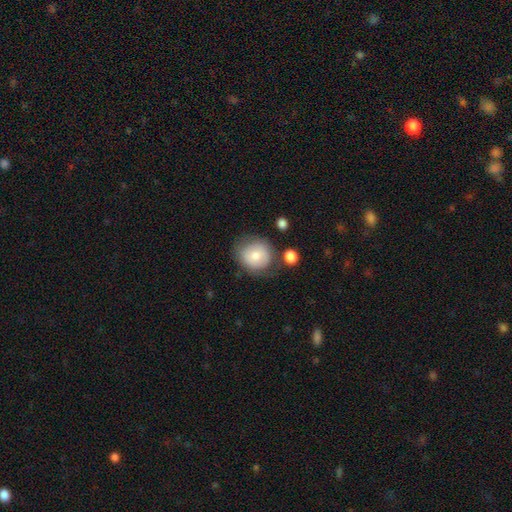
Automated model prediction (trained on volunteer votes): This appears to be a smooth galaxy with no disk features (73%) that is round (80%). Merging: none (66%).